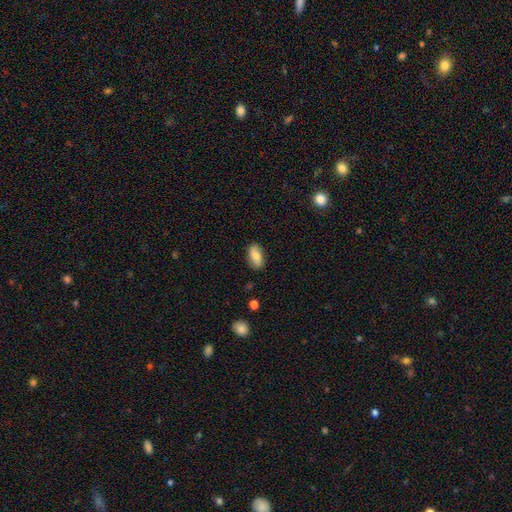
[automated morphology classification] The model was most divided on "smooth or featured": smooth: 74%, featured or disk: 19%, star or artifact: 7%. More confident: how rounded — in between (92%); merging — none (82%).